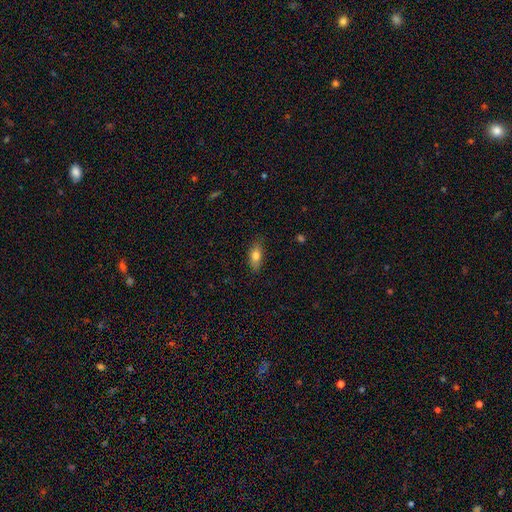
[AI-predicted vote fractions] smooth-or-featured: smooth: 76% | featured or disk: 16% | star or artifact: 8%
  how-rounded: in between: 78% | cigar-shaped: 17% | round: 5%
  merging: none: 83% | minor disturbance: 14% | major disturbance: 3% | merger: 1%